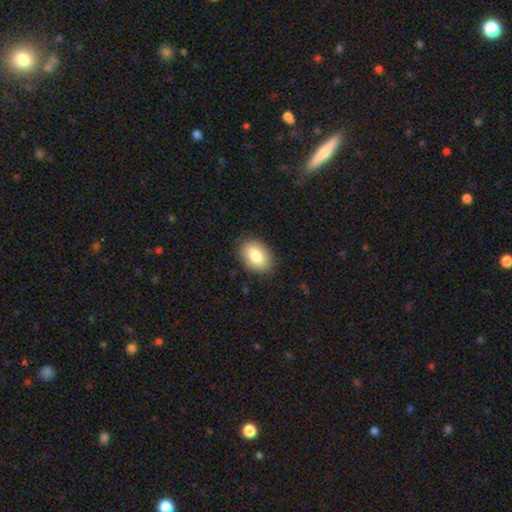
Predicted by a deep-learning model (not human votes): smooth 82%, featured or disk 11%, star or artifact 8%. Down the decision tree: how rounded — in between (82%); merging — none (87%).